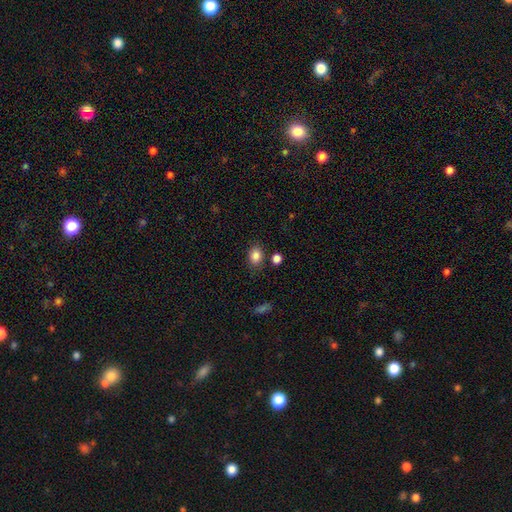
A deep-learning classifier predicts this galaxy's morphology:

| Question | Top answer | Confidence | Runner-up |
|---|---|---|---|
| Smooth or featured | smooth | 85% | star or artifact (10%) |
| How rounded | in between | 64% | round (35%) |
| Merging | none | 80% | minor disturbance (12%) |